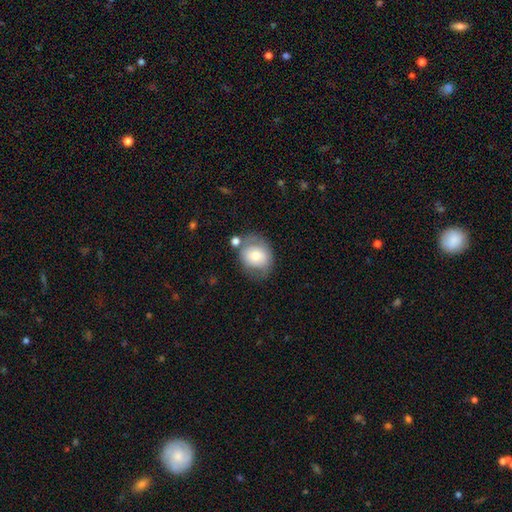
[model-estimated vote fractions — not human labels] Morphology: type=smooth (66%); roundness=round (60%); merging=none (57%).